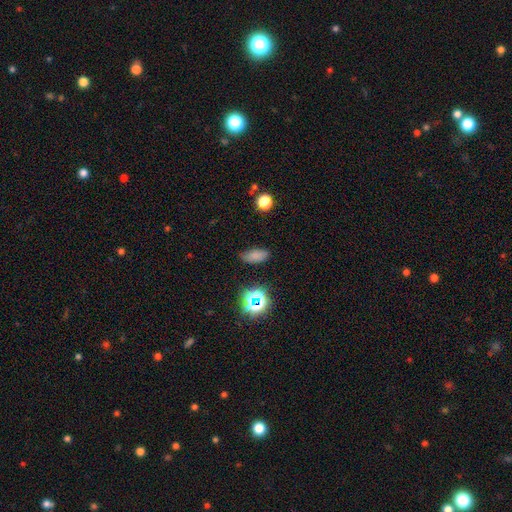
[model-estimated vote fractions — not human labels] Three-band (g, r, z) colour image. It shows a smooth galaxy with no disk features (75%) that is in between round and cigar-shaped (84%). Merging: none (79%).